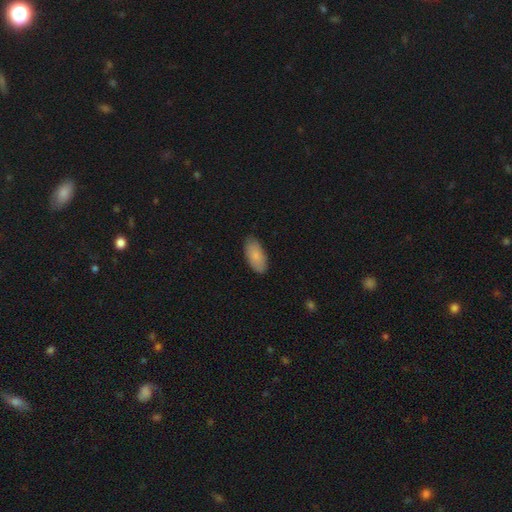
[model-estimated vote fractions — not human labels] The model was most divided on "merging": none: 85%, minor disturbance: 12%, major disturbance: 2%, merger: 1%. More confident: how rounded — in between (93%); smooth or featured — smooth (85%).